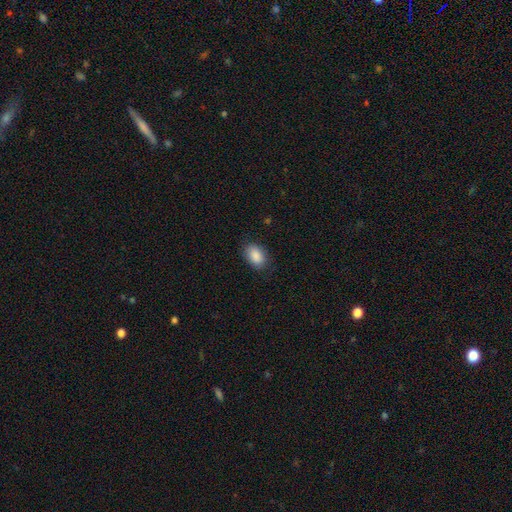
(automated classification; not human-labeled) Smooth or featured? Predicted: smooth (p=0.89). How rounded? Predicted: in between (p=0.88). Merging? Predicted: none (p=0.82).